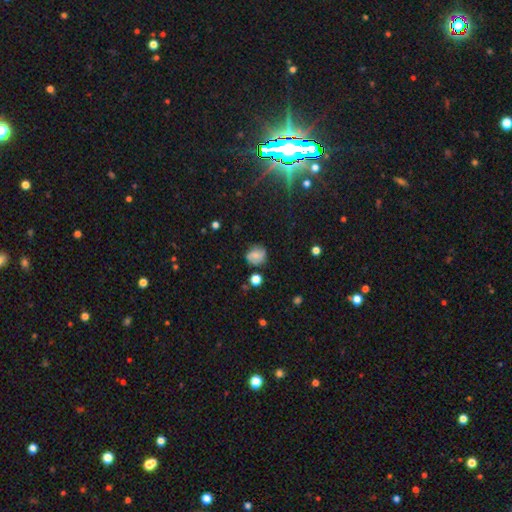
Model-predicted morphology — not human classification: This is likely a smooth galaxy (67%). How rounded: likely round (73%). Merging: likely none (69%).